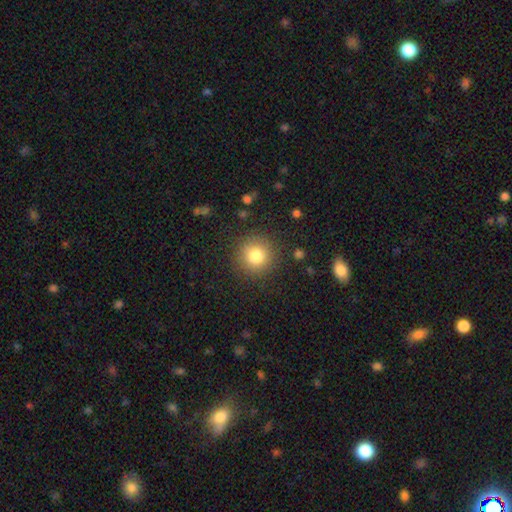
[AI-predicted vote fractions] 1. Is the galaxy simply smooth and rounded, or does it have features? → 80% smooth, 12% star or artifact, 8% featured or disk.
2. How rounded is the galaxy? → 94% round, 5% in between, 1% cigar-shaped.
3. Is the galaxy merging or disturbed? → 88% none, 7% minor disturbance, 3% major disturbance, 1% merger.